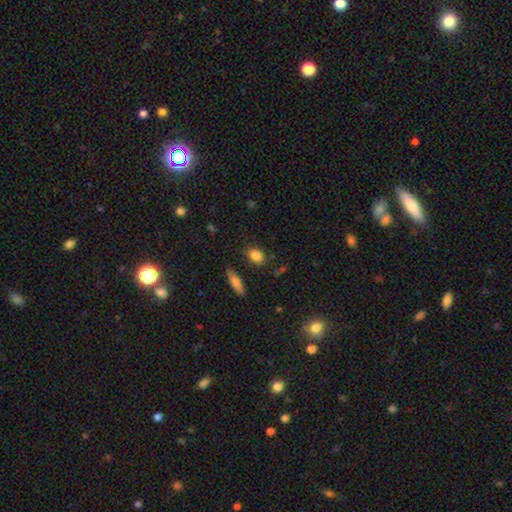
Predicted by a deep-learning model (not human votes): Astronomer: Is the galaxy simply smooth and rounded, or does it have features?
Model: smooth — 84%.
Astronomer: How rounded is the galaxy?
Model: in between — 69%.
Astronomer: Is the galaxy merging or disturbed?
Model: none — 81%.